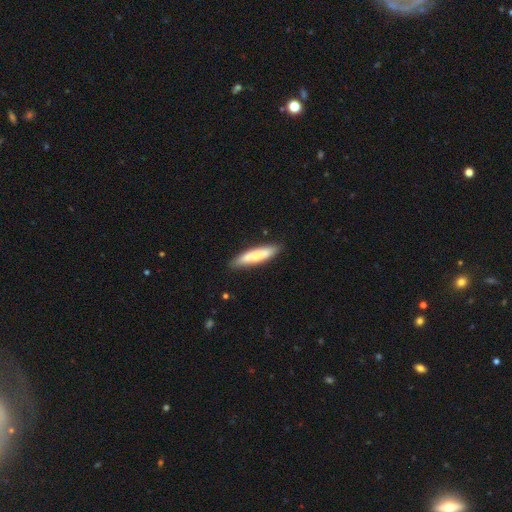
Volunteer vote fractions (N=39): Morphology: type=smooth (49%, tied with featured or disk); roundness=cigar-shaped (74%); merging=none (89%).